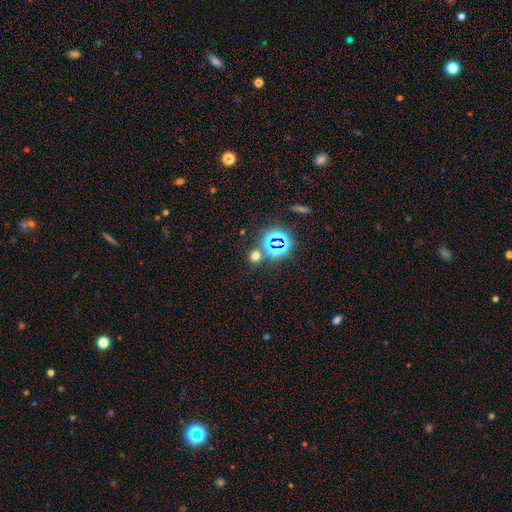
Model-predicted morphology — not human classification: A smooth galaxy with no disk features (57%) that is round (84%). Merging: none (76%).